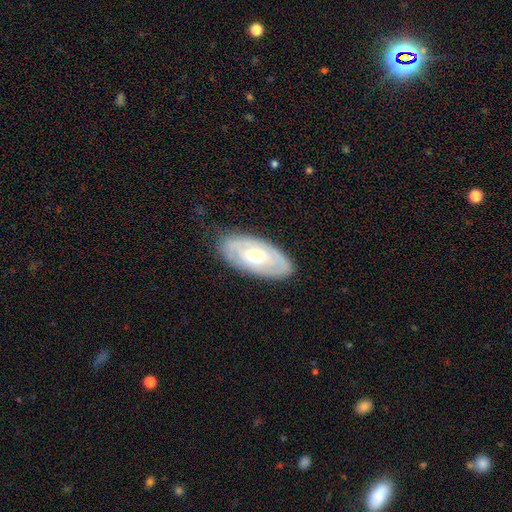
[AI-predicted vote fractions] Smooth or featured: featured or disk — 64% (smooth — 31%)
Edge-on disk: no — 91% (yes — 9%)
Bar: no — 58% (weak — 33%)
Spiral arms: yes — 68% (no — 32%)
Bulge size: moderate — 60% (small — 28%)
Merging: none — 81% (minor disturbance — 14%)